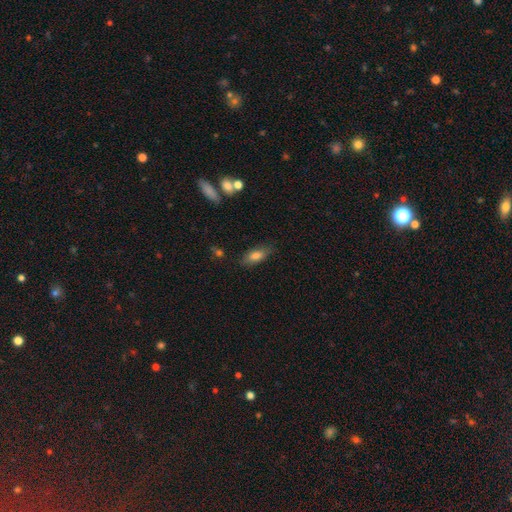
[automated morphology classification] Q: Smooth or featured?
A: smooth (78%); runner-up: featured or disk (14%)
Q: How rounded?
A: in between (77%); runner-up: cigar-shaped (20%)
Q: Merging?
A: none (78%); runner-up: minor disturbance (16%)